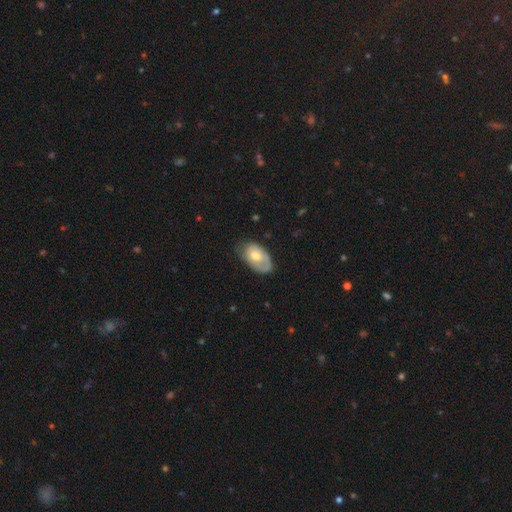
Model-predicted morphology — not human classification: smooth_or_featured: smooth (p=0.56) [alt: featured or disk p=0.38]
how_rounded: in between (p=0.92) [alt: round p=0.07]
merging: none (p=0.53) [alt: minor disturbance p=0.33]